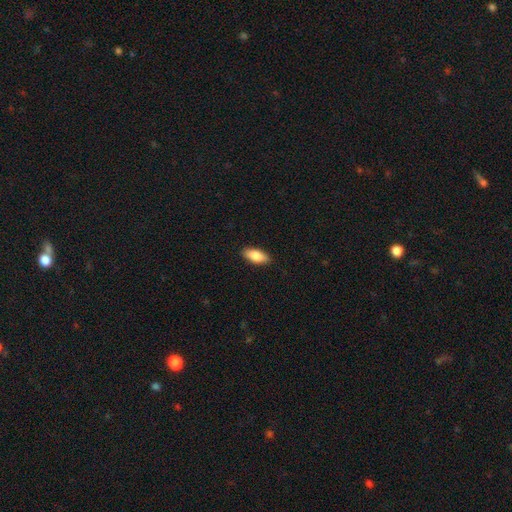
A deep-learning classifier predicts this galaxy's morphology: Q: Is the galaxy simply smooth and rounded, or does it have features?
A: smooth — 84%.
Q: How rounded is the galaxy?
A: in between — 87%.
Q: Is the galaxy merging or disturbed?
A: none — 89%.